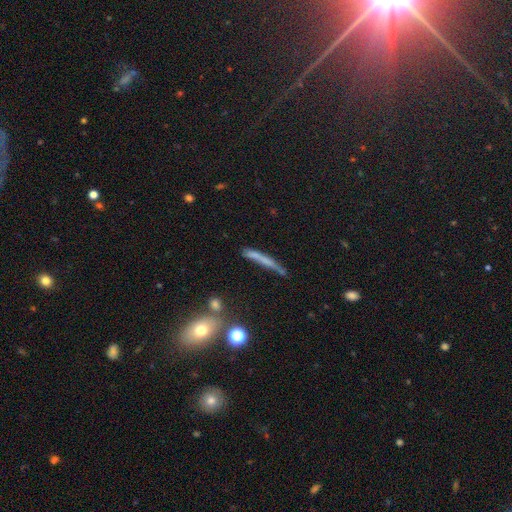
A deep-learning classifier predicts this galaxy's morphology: Smooth or featured? Predicted: smooth (p=0.53). How rounded? Predicted: cigar-shaped (p=0.91). Merging? Predicted: none (p=0.67).